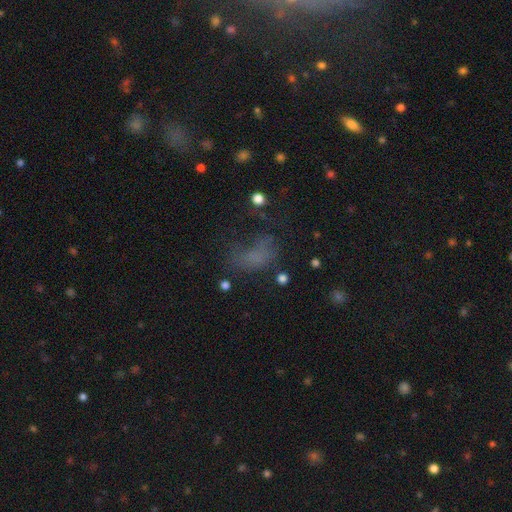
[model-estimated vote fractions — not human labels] This appears to be a smooth galaxy with no disk features (53%) that is in between round and cigar-shaped (80%). Merging: major disturbance (40%).